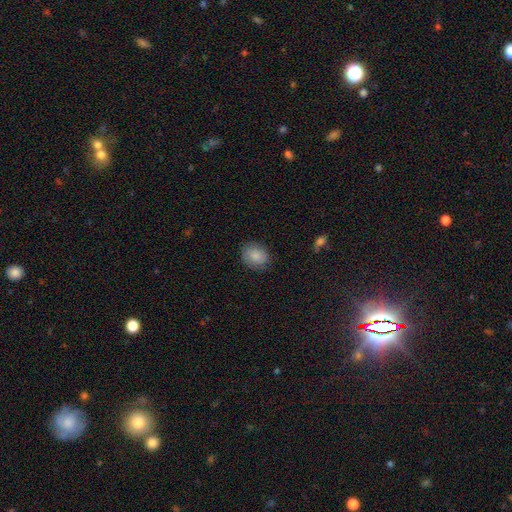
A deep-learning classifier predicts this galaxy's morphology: Overall: smooth (83%). How rounded: in between (50%; round 49%). Merging: none (81%).